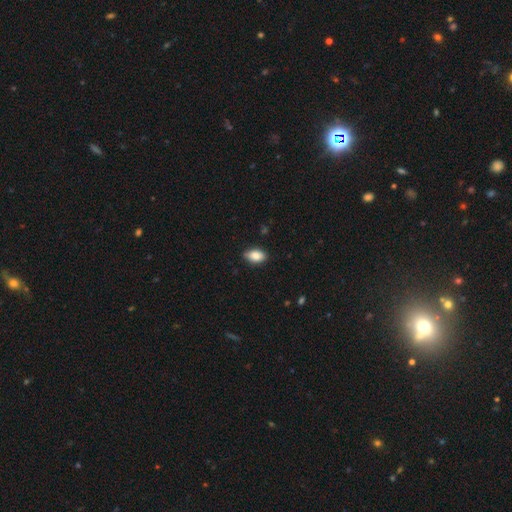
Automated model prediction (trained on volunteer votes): Morphology: type=smooth (86%); roundness=in between (91%); merging=none (83%).